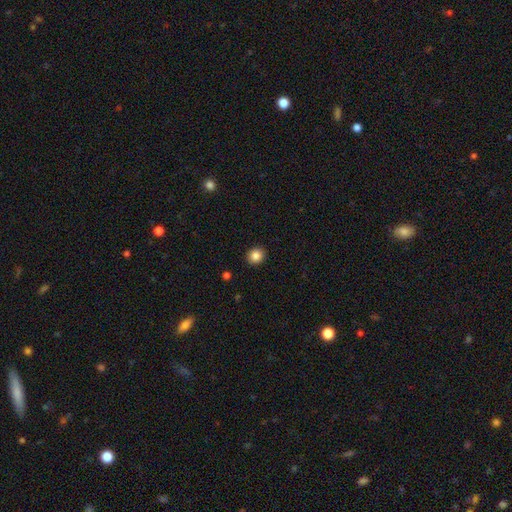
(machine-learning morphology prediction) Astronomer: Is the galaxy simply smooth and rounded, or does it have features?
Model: smooth — 85%.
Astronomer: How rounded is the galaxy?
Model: round — 82%.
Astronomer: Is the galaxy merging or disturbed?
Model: none — 92%.